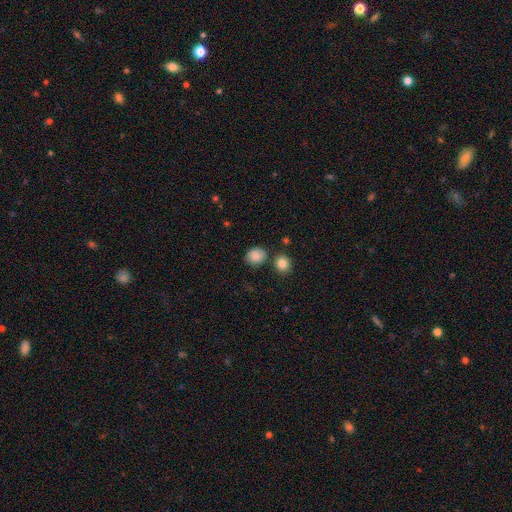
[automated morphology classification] smooth-or-featured: smooth: 86% | star or artifact: 9% | featured or disk: 4%
  how-rounded: round: 67% | in between: 32% | cigar-shaped: 1%
  merging: none: 77% | minor disturbance: 12% | merger: 7% | major disturbance: 3%